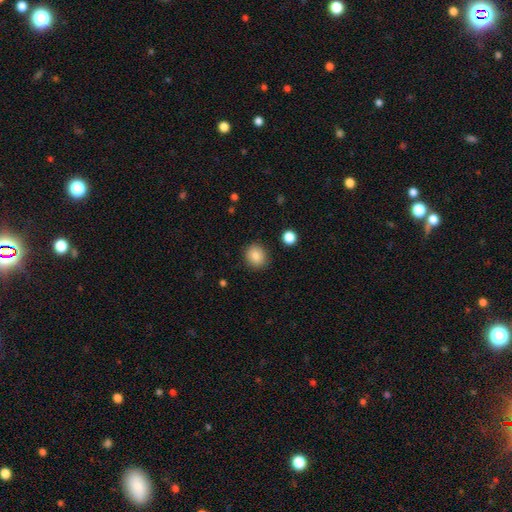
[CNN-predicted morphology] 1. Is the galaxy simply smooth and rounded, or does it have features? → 85% smooth, 9% star or artifact, 6% featured or disk.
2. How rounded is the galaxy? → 76% round, 23% in between, 1% cigar-shaped.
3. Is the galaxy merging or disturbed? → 88% none, 8% minor disturbance, 2% major disturbance, 1% merger.